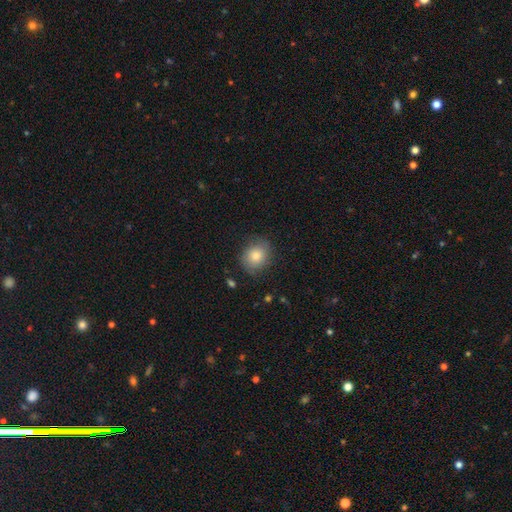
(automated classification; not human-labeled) A smooth galaxy with no disk features (77%) that is round (68%).

Vote fractions:
- Smooth or featured? smooth: 77% / featured or disk: 14% / star or artifact: 9%
- How rounded? round: 68% / in between: 31% / cigar-shaped: 1%
- Merging? none: 79% / minor disturbance: 16% / major disturbance: 4% / merger: 1%